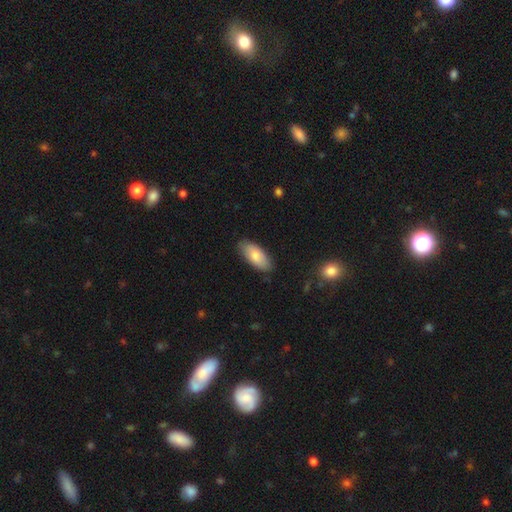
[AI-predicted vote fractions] smooth_or_featured: smooth (p=0.81) [alt: featured or disk p=0.14]
how_rounded: in between (p=0.88) [alt: cigar-shaped p=0.10]
merging: none (p=0.85) [alt: minor disturbance p=0.12]